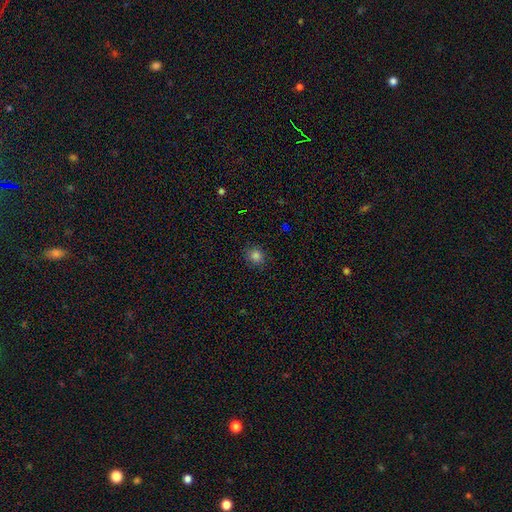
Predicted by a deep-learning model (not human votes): Morphology: type=smooth (82%); roundness=round (82%); merging=none (88%).